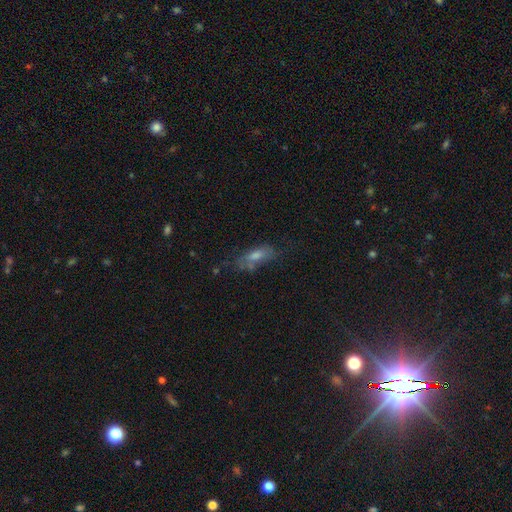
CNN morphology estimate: Smooth or featured: smooth — 45% (featured or disk — 38%)
Merging: none — 55% (minor disturbance — 25%)